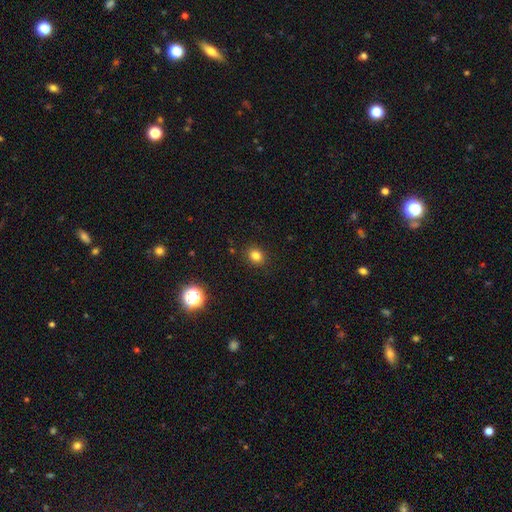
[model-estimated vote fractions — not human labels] smooth-or-featured: smooth: 81% | star or artifact: 14% | featured or disk: 5%
  how-rounded: round: 69% | in between: 30% | cigar-shaped: 1%
  merging: none: 90% | minor disturbance: 7% | major disturbance: 2% | merger: 1%